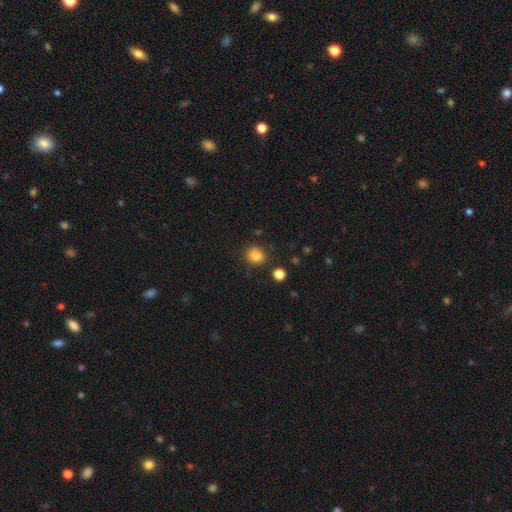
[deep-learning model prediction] Morphology: type=smooth (84%); roundness=round (84%); merging=none (84%).